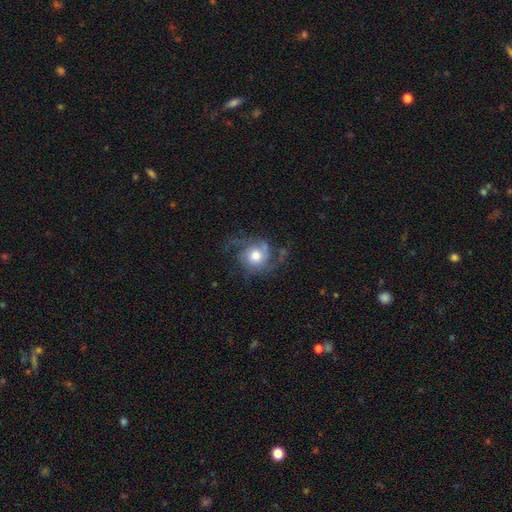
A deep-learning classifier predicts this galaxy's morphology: featured or disk 73%, smooth 20%, star or artifact 7%. Down the decision tree: edge-on disk — no (98%); bar — no (77%); spiral arms — yes (92%); spiral arm count — 2 (50%); spiral winding — medium (44%); bulge size — moderate (59%); merging — none (60%).